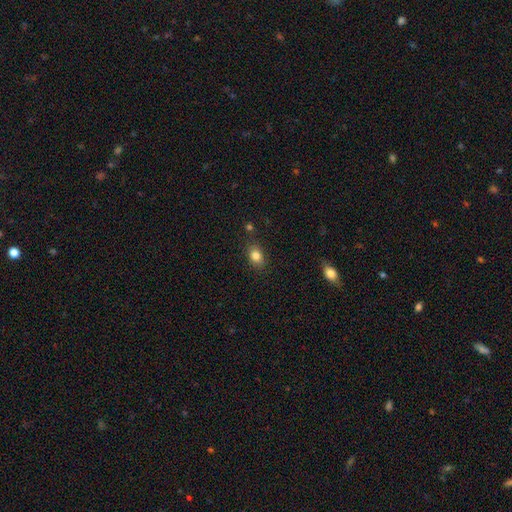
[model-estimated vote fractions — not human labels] smooth 83%, star or artifact 10%, featured or disk 7%. Down the decision tree: how rounded — in between (70%); merging — none (81%).